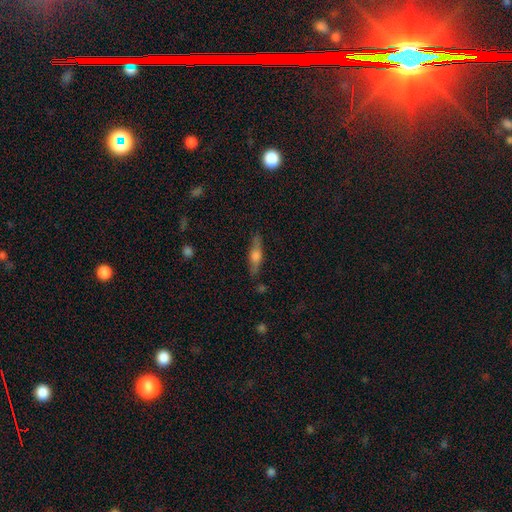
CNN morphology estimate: This appears to be a featured or disk galaxy (53%) viewed edge-on (92%). Merging: none (84%).